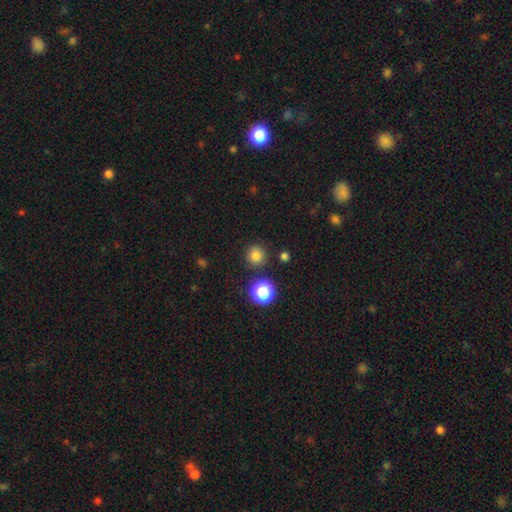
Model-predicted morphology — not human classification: Overall: smooth (79%). How rounded: round (94%). Merging: none (86%).